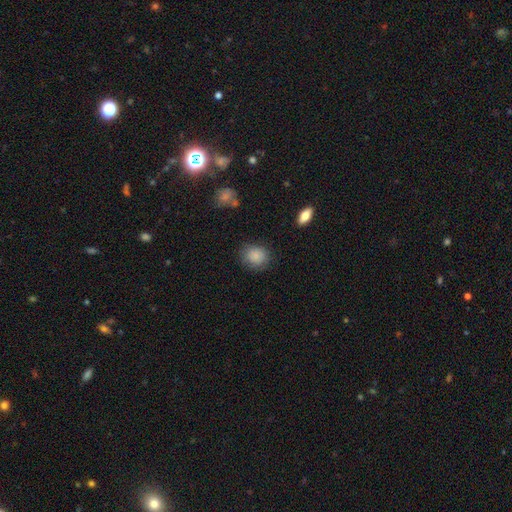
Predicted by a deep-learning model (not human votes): This is clearly a smooth galaxy (87%). How rounded: likely round (74%). Merging: clearly none (80%).